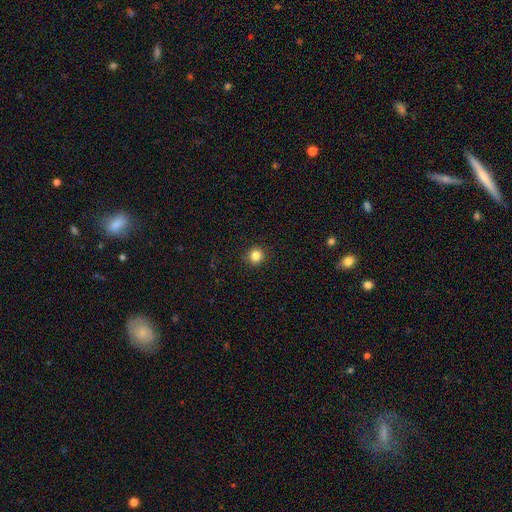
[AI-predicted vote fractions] Smooth or featured? Predicted: smooth (p=0.84). How rounded? Predicted: round (p=0.92). Merging? Predicted: none (p=0.92).